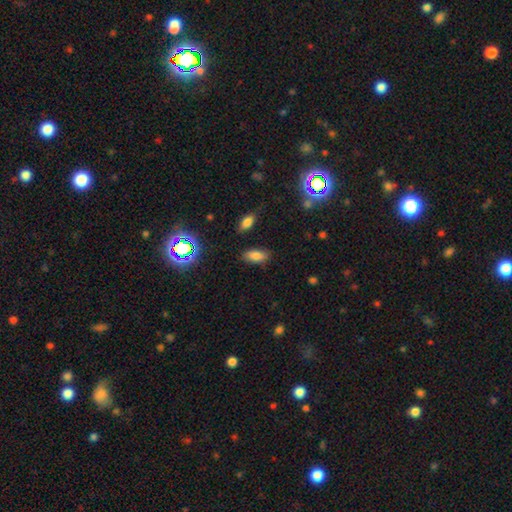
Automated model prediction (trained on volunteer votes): smooth-or-featured: smooth: 78% | star or artifact: 14% | featured or disk: 8%
  how-rounded: in between: 87% | cigar-shaped: 8% | round: 4%
  merging: none: 83% | minor disturbance: 12% | major disturbance: 3% | merger: 3%